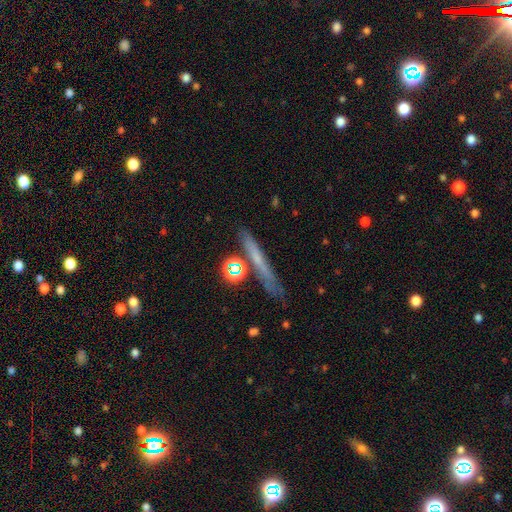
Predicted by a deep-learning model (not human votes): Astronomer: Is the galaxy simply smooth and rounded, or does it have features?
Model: smooth — 54% (runner-up: featured or disk, 32%).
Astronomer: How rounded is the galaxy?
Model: cigar-shaped — 83%.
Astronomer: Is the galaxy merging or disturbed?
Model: none — 72%.